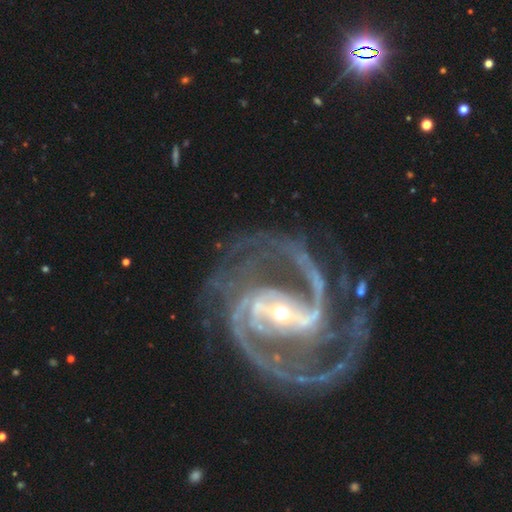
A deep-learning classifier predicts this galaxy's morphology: This appears to be a featured or disk galaxy (94%) with a strong bar (61%), 2 (78%) medium (59%) spiral arms (99%) and a small central bulge (64%). Merging: none (70%).